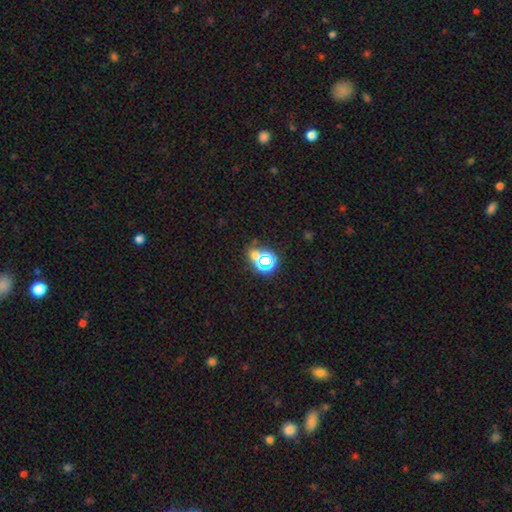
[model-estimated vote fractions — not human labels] Overall: star or artifact (57%; smooth 32%).